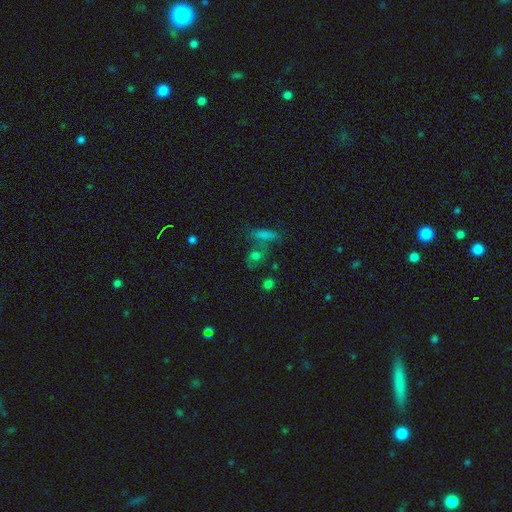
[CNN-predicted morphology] type=smooth (64%); roundness=round (45%); merging=none (56%).